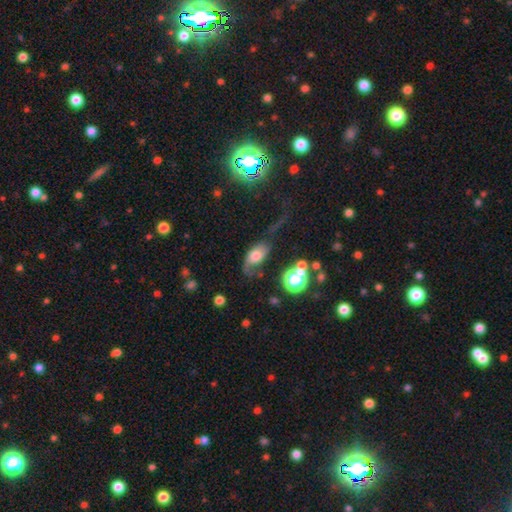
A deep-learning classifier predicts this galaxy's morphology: The model was most divided on "merging": major disturbance: 34%, none: 33%, minor disturbance: 26%, merger: 7%. More confident: how rounded — in between (85%); smooth or featured — smooth (54%).